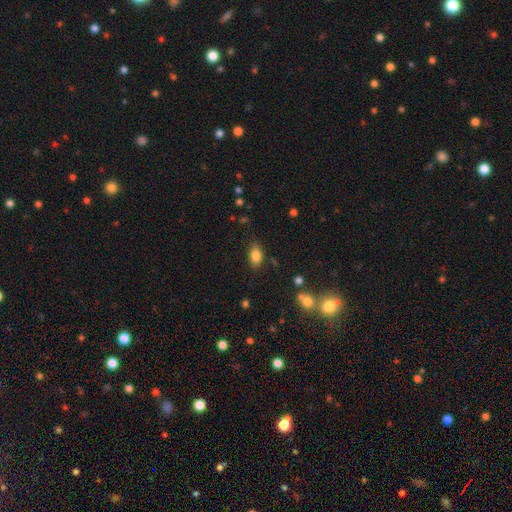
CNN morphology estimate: Smooth or featured? Predicted: smooth (p=0.83). How rounded? Predicted: in between (p=0.87). Merging? Predicted: none (p=0.81).